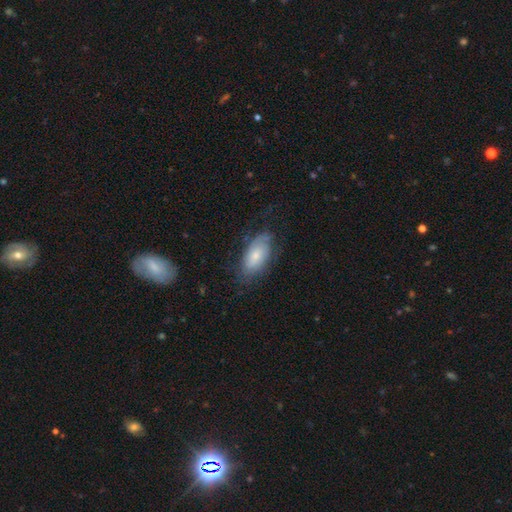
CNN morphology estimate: smooth 49%, featured or disk 44%, star or artifact 7%. Down the decision tree: merging — none (63%).